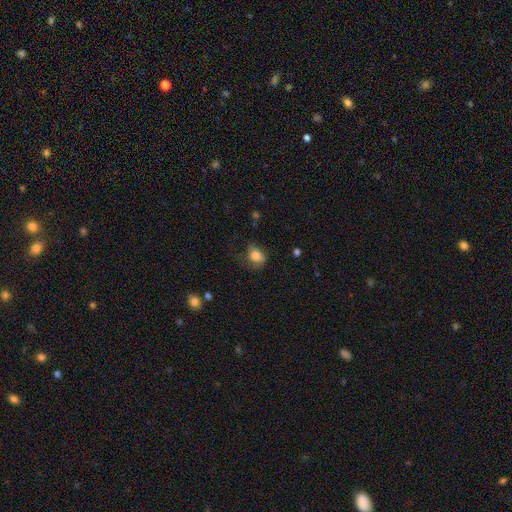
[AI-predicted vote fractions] Smooth or featured? Predicted: smooth (p=0.80). How rounded? Predicted: round (p=0.49, tied with in between). Merging? Predicted: none (p=0.55).